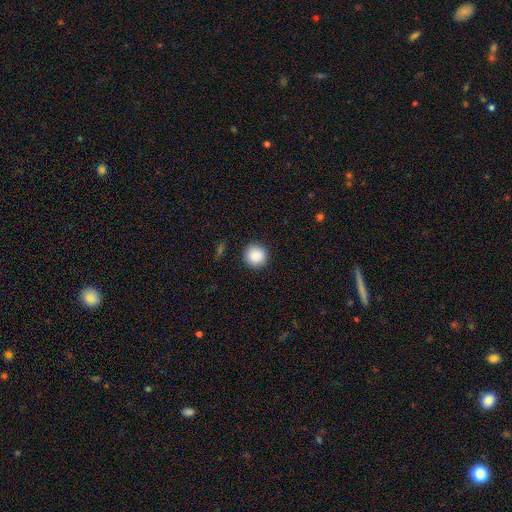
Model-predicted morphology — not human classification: Smooth or featured: smooth — 89% (star or artifact — 8%)
How rounded: round — 94% (in between — 5%)
Merging: none — 91% (minor disturbance — 6%)